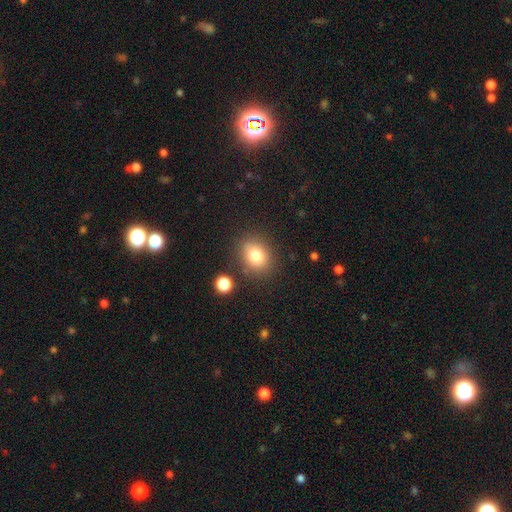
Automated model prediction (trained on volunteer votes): This appears to be a smooth galaxy with no disk features (79%) that is round (53%). Merging: none (81%).